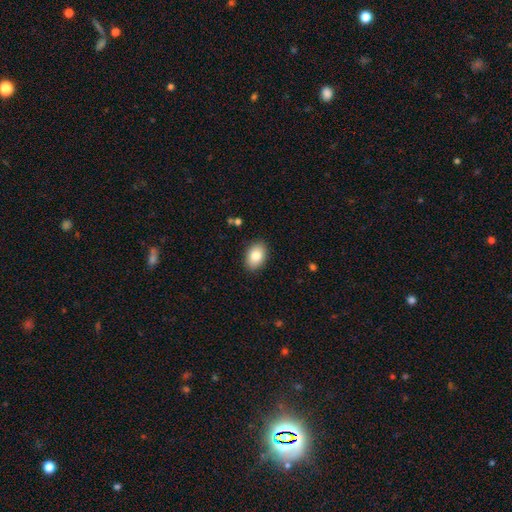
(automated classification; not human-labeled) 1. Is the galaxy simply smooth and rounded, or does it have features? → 84% smooth, 9% featured or disk, 7% star or artifact.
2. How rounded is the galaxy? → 87% in between, 12% round, 1% cigar-shaped.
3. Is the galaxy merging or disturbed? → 89% none, 8% minor disturbance, 2% major disturbance, 1% merger.